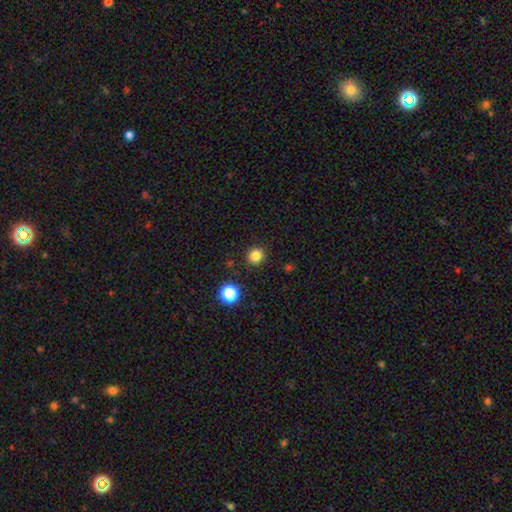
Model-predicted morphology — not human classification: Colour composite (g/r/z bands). It shows a smooth galaxy with no disk features (82%) that is round (89%). Merging: none (91%).